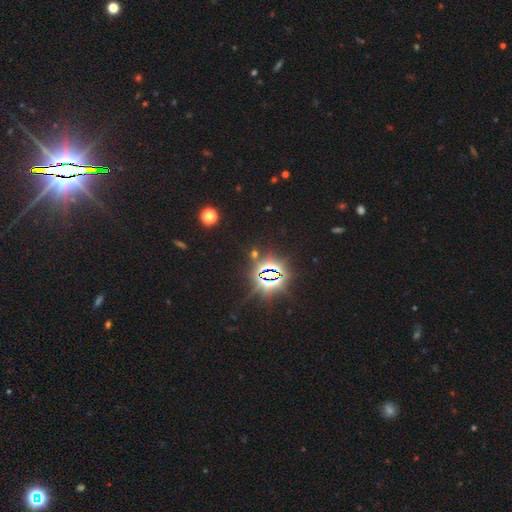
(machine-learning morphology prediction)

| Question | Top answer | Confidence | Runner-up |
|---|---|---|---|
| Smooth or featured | star or artifact | 82% | smooth (10%) |